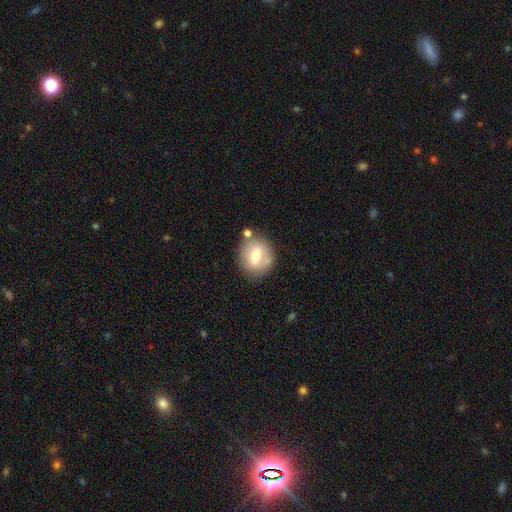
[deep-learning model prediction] This appears to be a smooth galaxy with no disk features (63%) that is round (82%). Merging: none (73%).